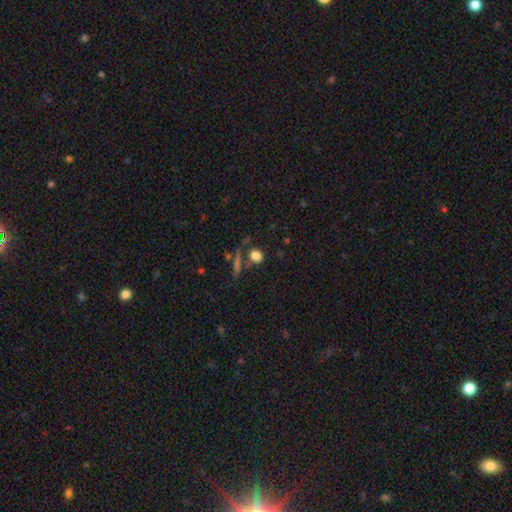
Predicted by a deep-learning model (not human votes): Smooth or featured? Predicted: smooth (p=0.80). How rounded? Predicted: round (p=0.68). Merging? Predicted: none (p=0.70).